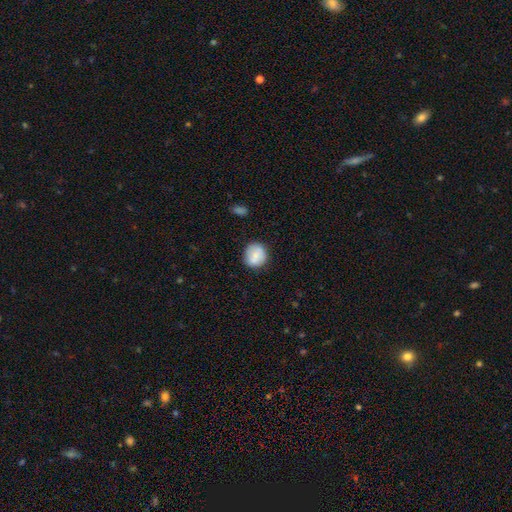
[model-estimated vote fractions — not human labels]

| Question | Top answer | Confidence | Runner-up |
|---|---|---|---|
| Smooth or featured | smooth | 80% | featured or disk (12%) |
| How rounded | round | 84% | in between (15%) |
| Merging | none | 80% | minor disturbance (14%) |